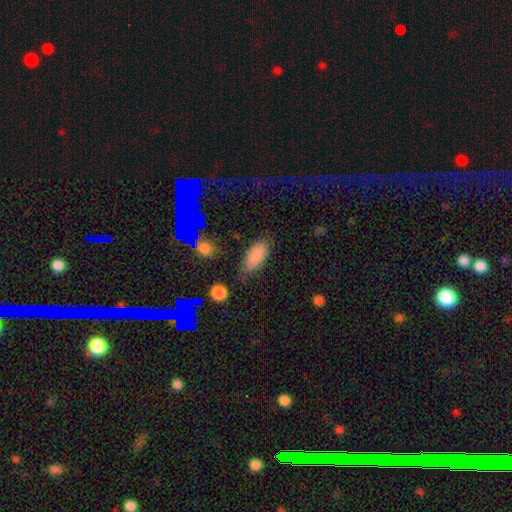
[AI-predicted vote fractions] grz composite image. It shows a smooth galaxy with no disk features (82%) that is in between round and cigar-shaped (87%). Merging: none (73%).